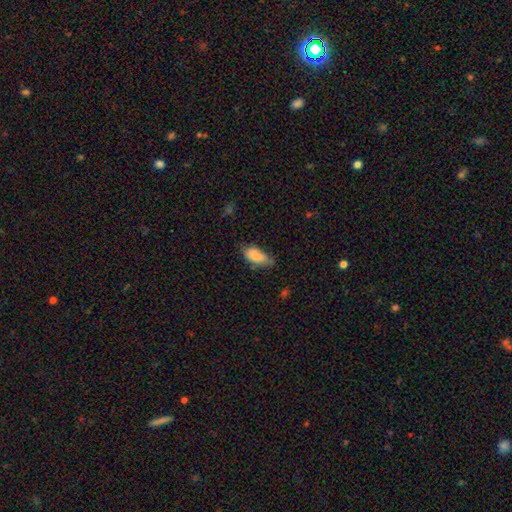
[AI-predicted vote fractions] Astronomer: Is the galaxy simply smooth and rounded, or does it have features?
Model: smooth — 81%.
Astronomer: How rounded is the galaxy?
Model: in between — 87%.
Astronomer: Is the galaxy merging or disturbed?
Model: none — 53% (runner-up: minor disturbance, 34%).